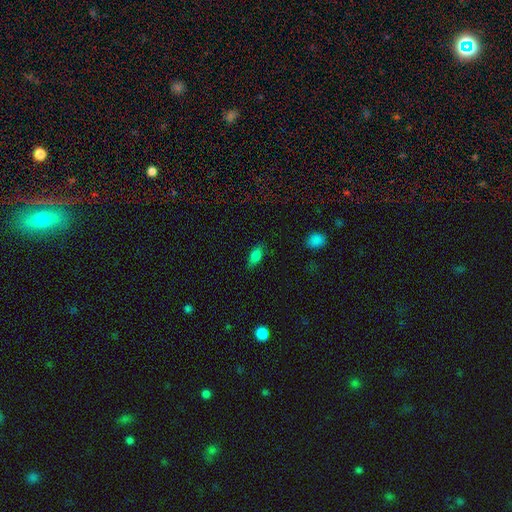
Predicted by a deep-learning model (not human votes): Overall: smooth (80%). How rounded: in between (86%). Merging: none (77%).